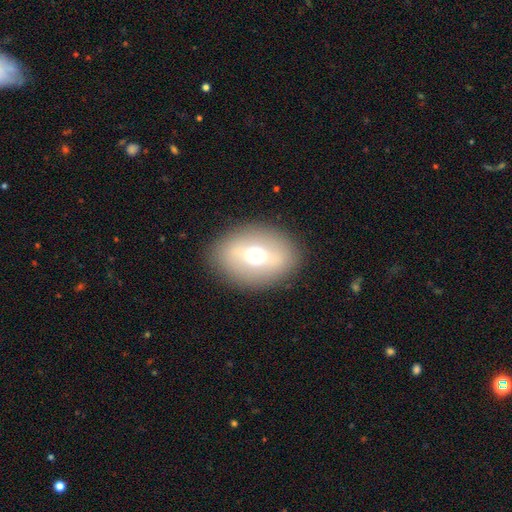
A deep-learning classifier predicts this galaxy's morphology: type=smooth (55%); roundness=in between (67%); merging=none (86%).